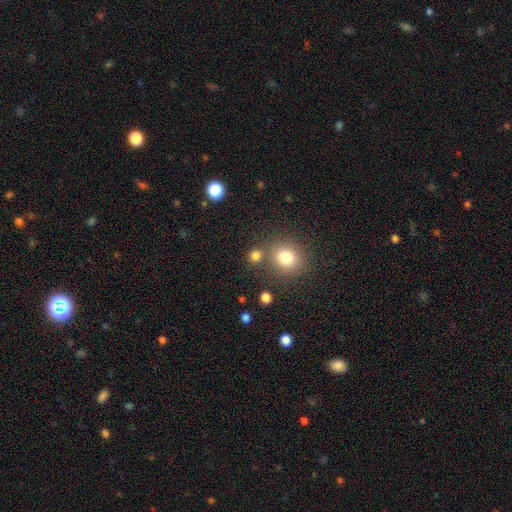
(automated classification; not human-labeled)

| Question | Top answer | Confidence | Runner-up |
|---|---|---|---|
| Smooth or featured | smooth | 79% | star or artifact (15%) |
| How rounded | round | 85% | in between (14%) |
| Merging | none | 71% | merger (17%) |